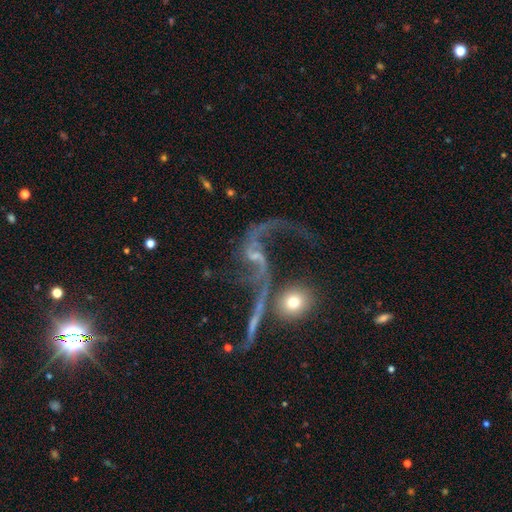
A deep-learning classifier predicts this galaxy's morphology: type=featured or disk (86%); edge-on=no (94%); bar=no (43%); spiral arms=yes (94%); winding=loose (90%); arm count=2 (91%); bulge=small (59%); merging=none (42%).